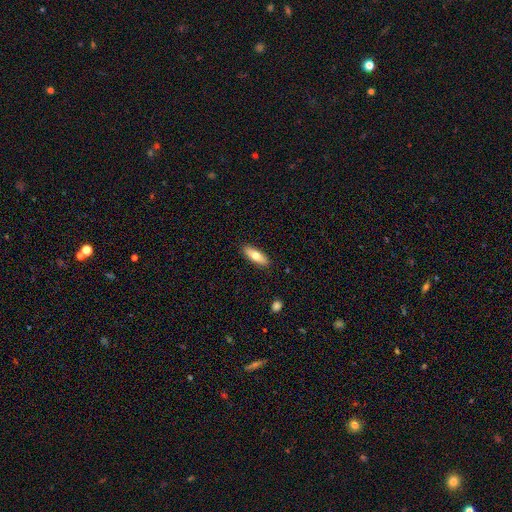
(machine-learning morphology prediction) Smooth or featured? Predicted: smooth (p=0.65). How rounded? Predicted: in between (p=0.59). Merging? Predicted: none (p=0.89).